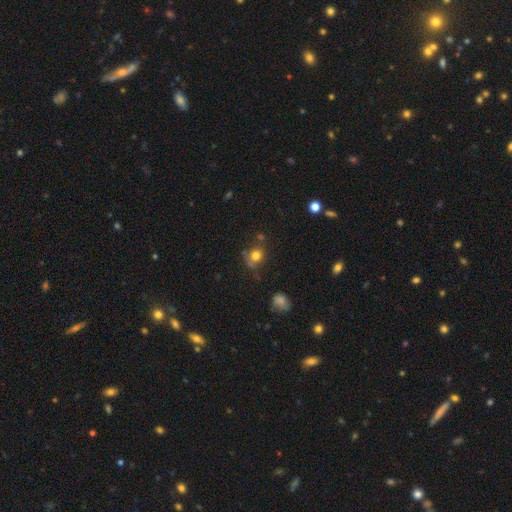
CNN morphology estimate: type=smooth (77%); roundness=round (75%); merging=none (61%).